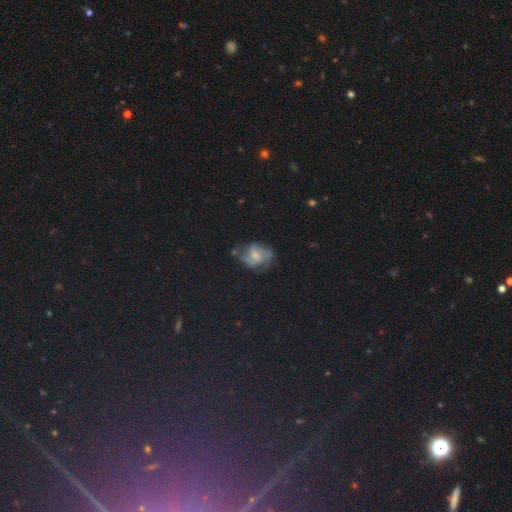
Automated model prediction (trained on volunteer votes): Overall: featured or disk (73%). Edge-on disk: no (98%). Bar: weak (46%; no 45%). Spiral arms: yes (94%). Spiral arm count: 2 (50%; 3 21%). Spiral winding: medium (52%; tight 28%). Bulge size: small (46%; moderate 35%). Merging: none (63%).